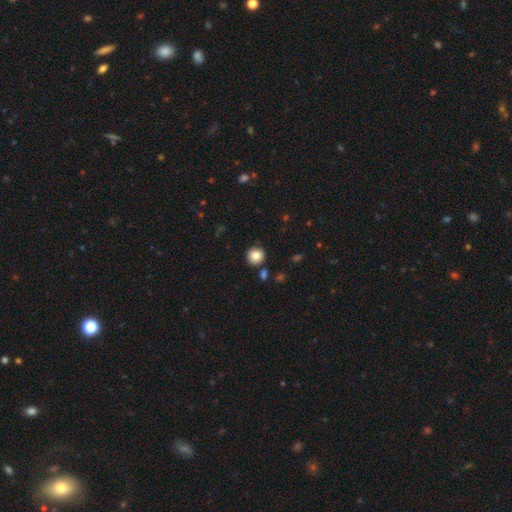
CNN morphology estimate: Overall: smooth (84%). How rounded: round (94%). Merging: none (88%).